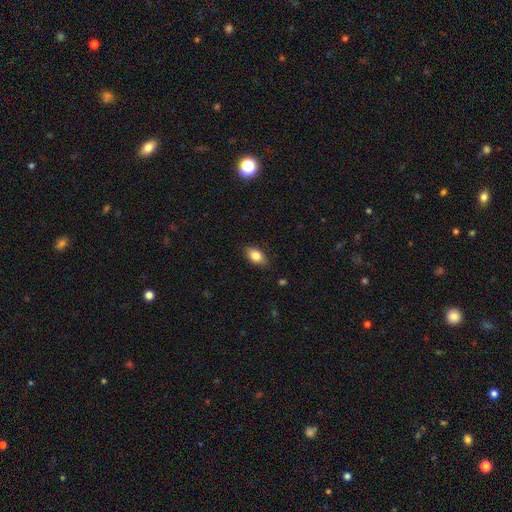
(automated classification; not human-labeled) smooth 84%, featured or disk 9%, star or artifact 8%. Down the decision tree: how rounded — in between (90%); merging — none (86%).